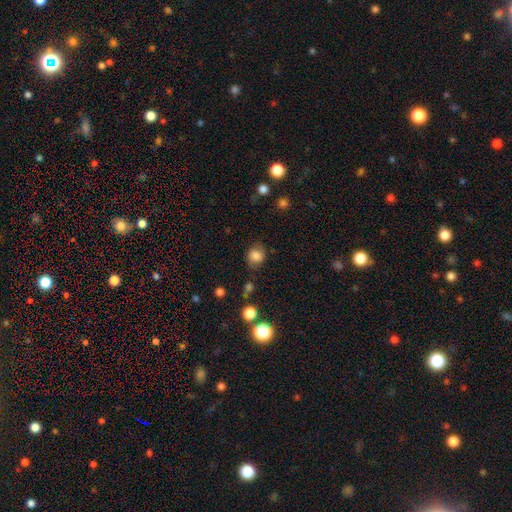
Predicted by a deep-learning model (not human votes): smooth_or_featured: smooth (p=0.80) [alt: star or artifact p=0.11]
how_rounded: round (p=0.73) [alt: in between p=0.26]
merging: none (p=0.75) [alt: minor disturbance p=0.17]